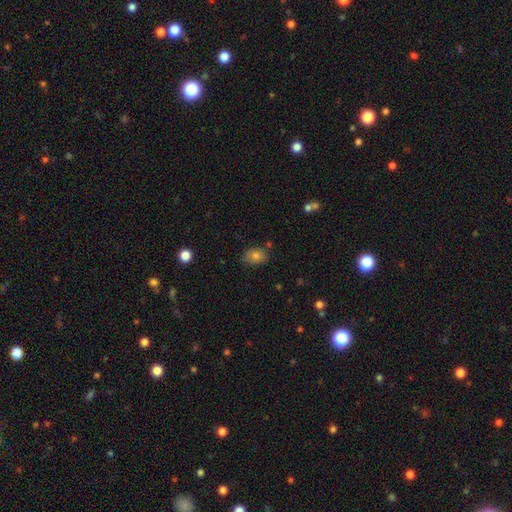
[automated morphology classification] This is likely a smooth galaxy (79%). How rounded: likely in between (72%). Merging: likely none (77%).